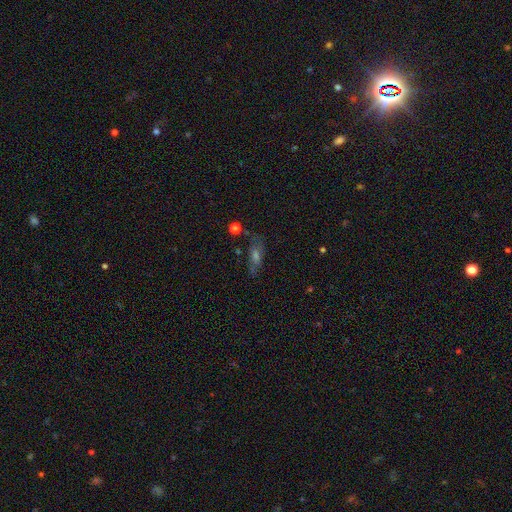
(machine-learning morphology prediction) This is marginally a featured or disk galaxy (43%). Merging: likely none (67%).